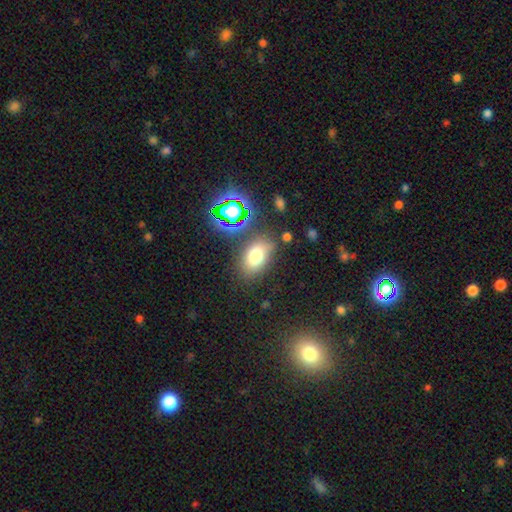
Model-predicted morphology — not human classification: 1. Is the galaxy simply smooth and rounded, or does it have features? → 70% smooth, 17% star or artifact, 12% featured or disk.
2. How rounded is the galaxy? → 81% in between, 17% round, 2% cigar-shaped.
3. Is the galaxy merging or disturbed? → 76% none, 14% minor disturbance, 5% major disturbance, 5% merger.